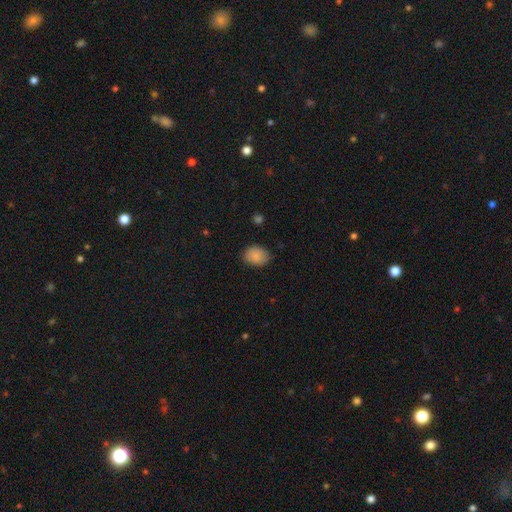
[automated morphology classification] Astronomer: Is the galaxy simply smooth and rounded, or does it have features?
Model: smooth — 88%.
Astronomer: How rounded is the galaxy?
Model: in between — 60% (runner-up: round, 39%).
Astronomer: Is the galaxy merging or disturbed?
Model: none — 82%.